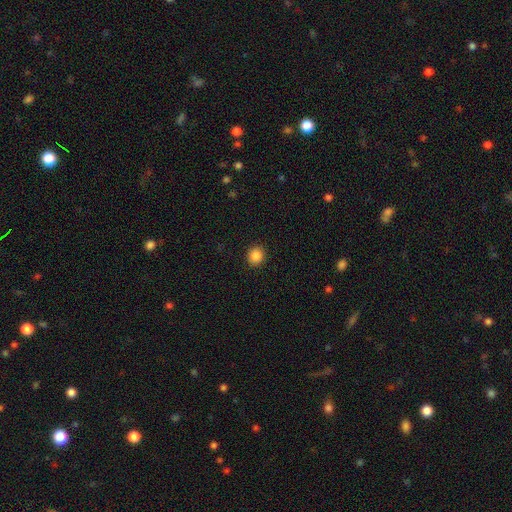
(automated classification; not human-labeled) Q: Smooth or featured?
A: smooth (86%); runner-up: star or artifact (10%)
Q: How rounded?
A: round (86%); runner-up: in between (13%)
Q: Merging?
A: none (92%); runner-up: minor disturbance (5%)